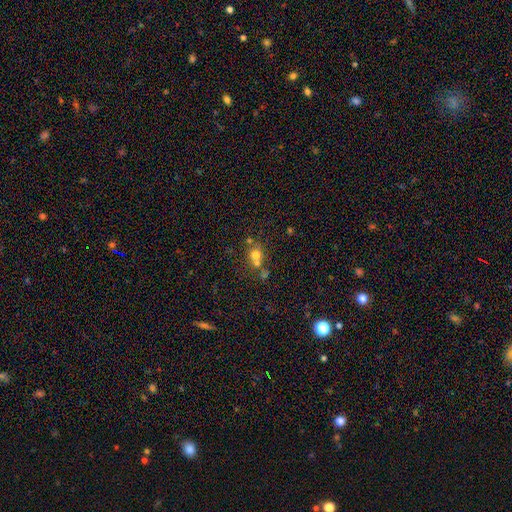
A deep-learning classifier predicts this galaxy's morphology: Overall: smooth (65%). How rounded: round (81%). Merging: none (46%; merger 41%).